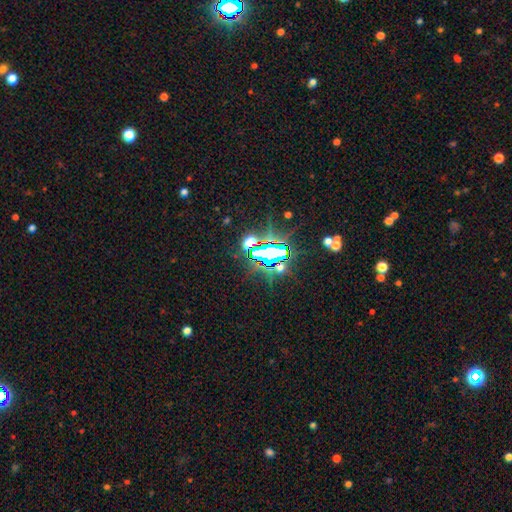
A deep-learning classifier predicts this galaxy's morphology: A star or artifact, not a galaxy (78%).

Vote fractions:
- Smooth or featured? star or artifact: 78% / smooth: 12% / featured or disk: 10%